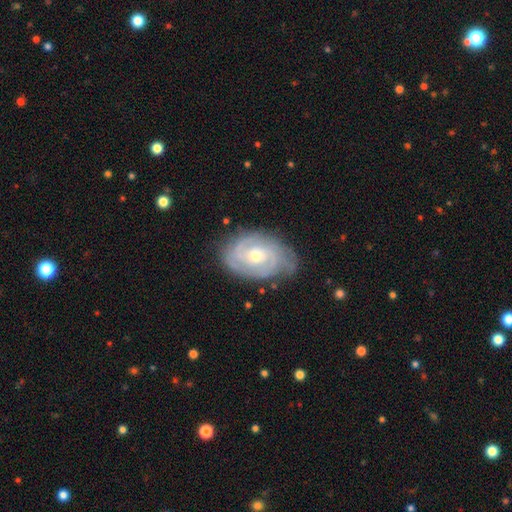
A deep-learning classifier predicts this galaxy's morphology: Smooth or featured?
  - featured or disk: 86% *
  - smooth: 9%
  - star or artifact: 5%
Edge-on disk?
  - no: 97% *
  - yes: 3%
Bar?
  - no: 69% *
  - weak: 25%
  - strong: 5%
Spiral arms?
  - yes: 96% *
  - no: 4%
Spiral winding?
  - tight: 72% *
  - medium: 24%
  - loose: 5%
Spiral arm count?
  - 2: 33% *
  - can't tell: 26%
  - 3: 25%
  - 4: 8%
  - 1: 5%
  - more than 4: 4%
Bulge size?
  - small: 50% *
  - moderate: 47%
  - large: 1%
  - none: 1%
  - dominant: 1%
Merging?
  - none: 73% *
  - minor disturbance: 20%
  - major disturbance: 5%
  - merger: 1%